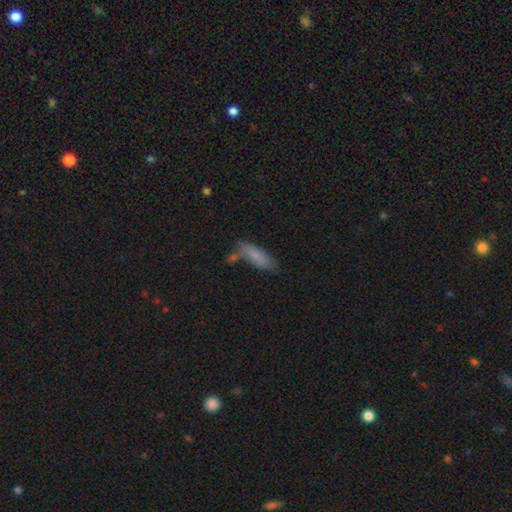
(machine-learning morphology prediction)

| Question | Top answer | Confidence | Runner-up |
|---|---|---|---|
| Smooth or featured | smooth | 79% | featured or disk (13%) |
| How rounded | cigar-shaped | 52% | in between (46%) |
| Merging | none | 58% | minor disturbance (21%) |